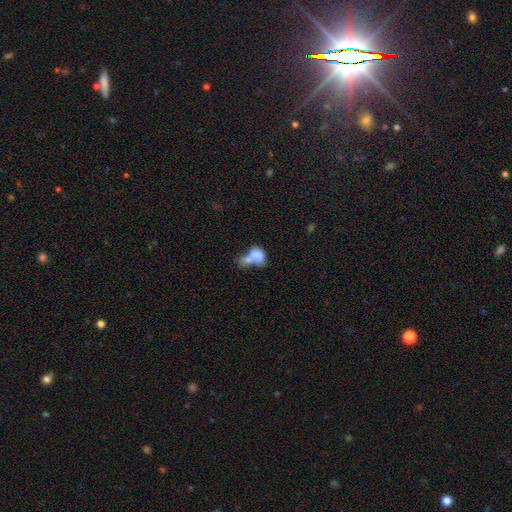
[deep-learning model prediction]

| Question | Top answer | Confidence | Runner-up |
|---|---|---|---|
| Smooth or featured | smooth | 66% | featured or disk (24%) |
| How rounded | in between | 80% | round (17%) |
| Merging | merger | 66% | none (13%) |